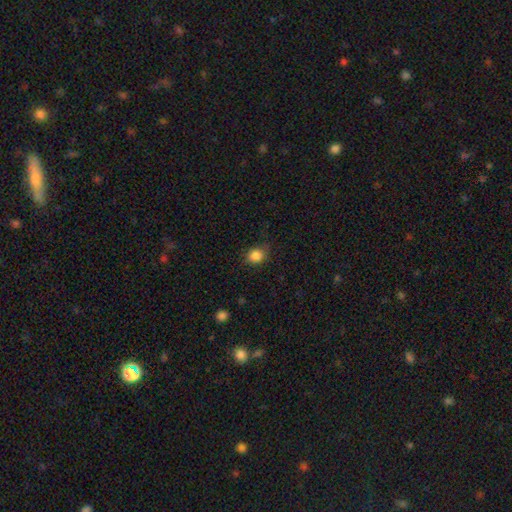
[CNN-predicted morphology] Q: Smooth or featured?
A: smooth (85%); runner-up: star or artifact (11%)
Q: How rounded?
A: round (64%); runner-up: in between (35%)
Q: Merging?
A: none (76%); runner-up: minor disturbance (18%)